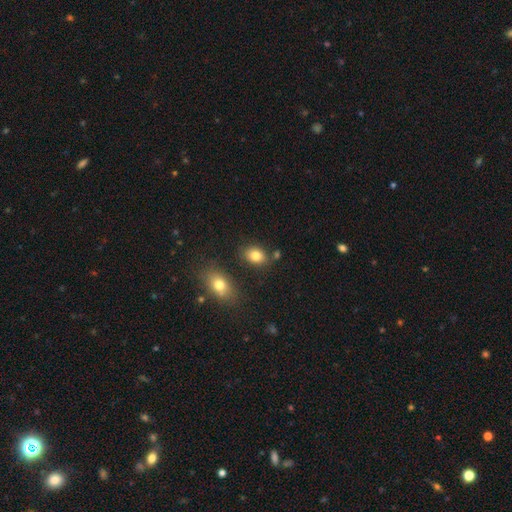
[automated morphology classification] A smooth galaxy with no disk features (82%) that is in between round and cigar-shaped (73%).

Vote fractions:
- Smooth or featured? smooth: 82% / star or artifact: 10% / featured or disk: 8%
- How rounded? in between: 73% / round: 25% / cigar-shaped: 1%
- Merging? none: 77% / minor disturbance: 12% / merger: 7% / major disturbance: 3%